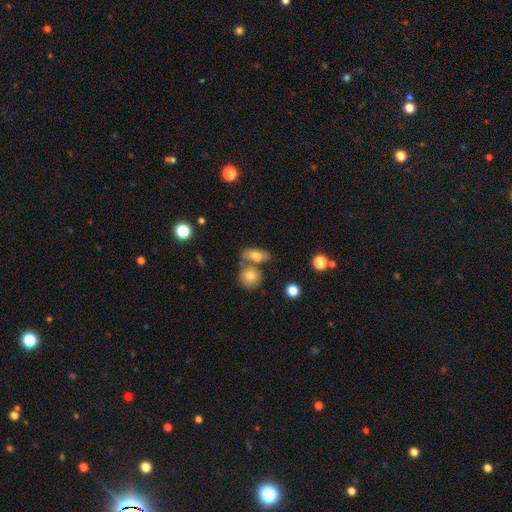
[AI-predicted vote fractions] The model was most divided on "merging": none: 47%, merger: 37%, minor disturbance: 12%, major disturbance: 5%. More confident: how rounded — in between (70%); smooth or featured — smooth (69%).